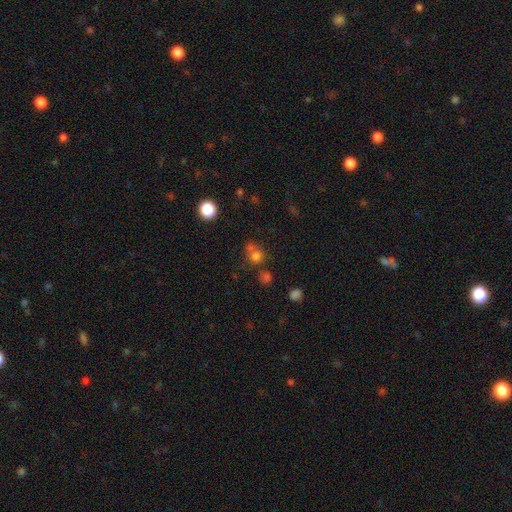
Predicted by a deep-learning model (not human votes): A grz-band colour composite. It shows a smooth galaxy with no disk features (71%) that is round (84%). Merging: none (52%).